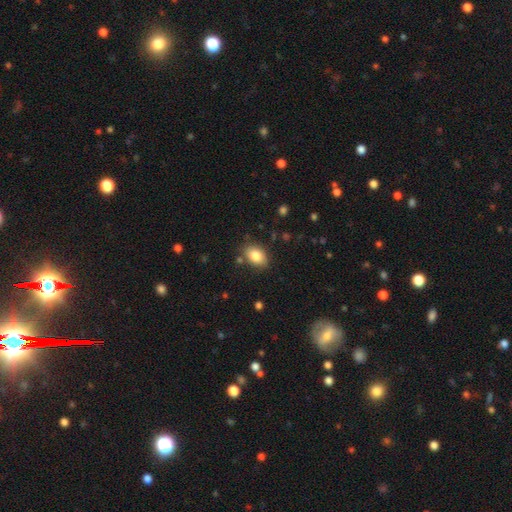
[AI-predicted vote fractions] Morphology: type=smooth (83%); roundness=in between (80%); merging=none (82%).